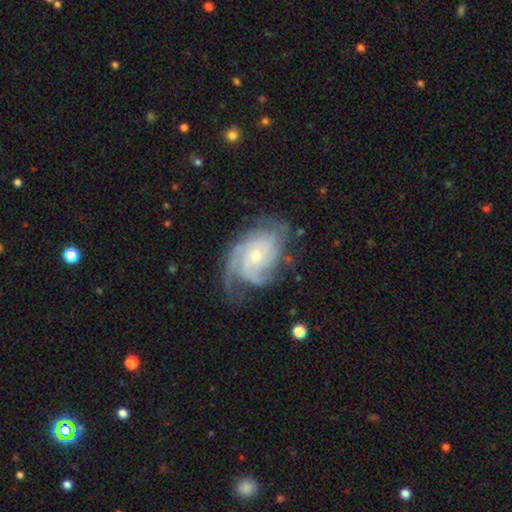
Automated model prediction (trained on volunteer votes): Smooth or featured? featured or disk (88%)
Edge-on disk? no (97%)
Bar? no (70%)
Spiral arms? yes (97%)
Spiral winding? tight (55%)
Spiral arm count? 3 (34%)
Bulge size? small (61%)
Merging? none (63%)